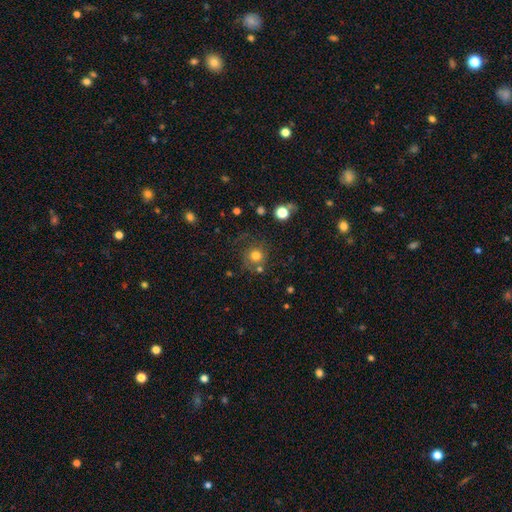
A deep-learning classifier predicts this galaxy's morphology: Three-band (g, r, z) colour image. It shows a smooth galaxy with no disk features (74%) that is round (91%). Merging: none (71%).